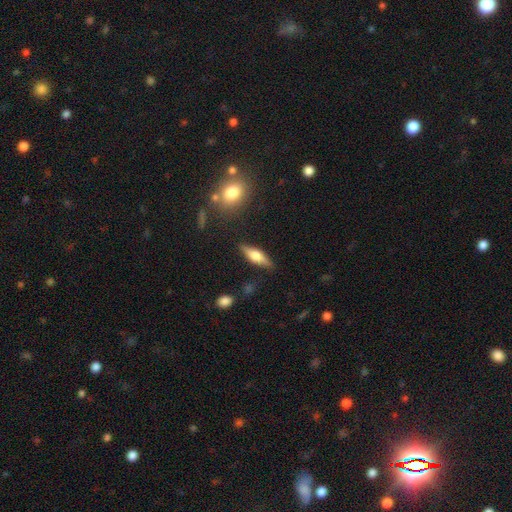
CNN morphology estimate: Smooth or featured? Predicted: featured or disk (p=0.52). Edge-on disk? Predicted: yes (p=0.92). Merging? Predicted: none (p=0.83).